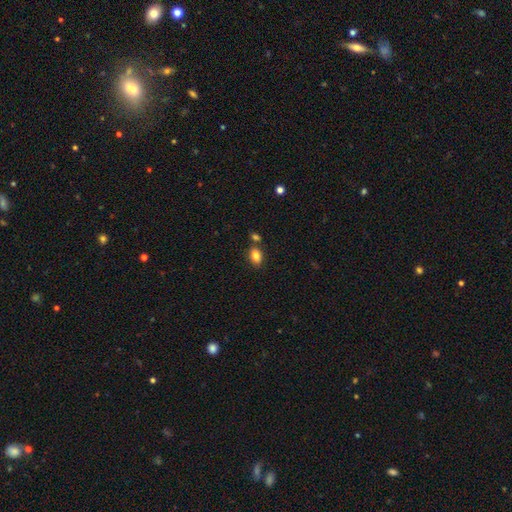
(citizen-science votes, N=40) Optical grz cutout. It shows a smooth galaxy with no disk features (88%) that is in between round and cigar-shaped (89%). Merging: none (74%).